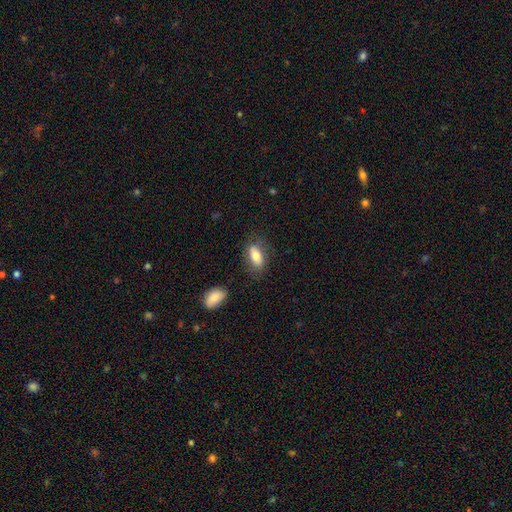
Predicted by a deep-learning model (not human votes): A smooth galaxy with no disk features (75%) that is in between round and cigar-shaped (83%).

Vote fractions:
- Smooth or featured? smooth: 75% / featured or disk: 18% / star or artifact: 7%
- How rounded? in between: 83% / cigar-shaped: 12% / round: 5%
- Merging? none: 76% / minor disturbance: 16% / major disturbance: 5% / merger: 3%